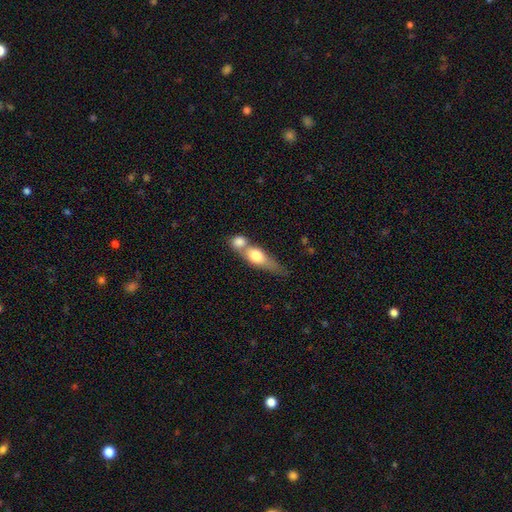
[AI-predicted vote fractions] smooth_or_featured: smooth (p=0.64) [alt: featured or disk p=0.29]
how_rounded: in between (p=0.49) [alt: cigar-shaped p=0.31]
merging: merger (p=0.67) [alt: none p=0.20]